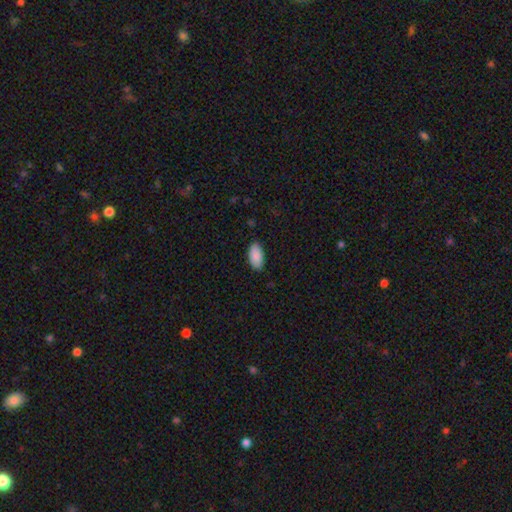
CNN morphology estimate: Smooth or featured? smooth (90%)
How rounded? in between (95%)
Merging? none (86%)